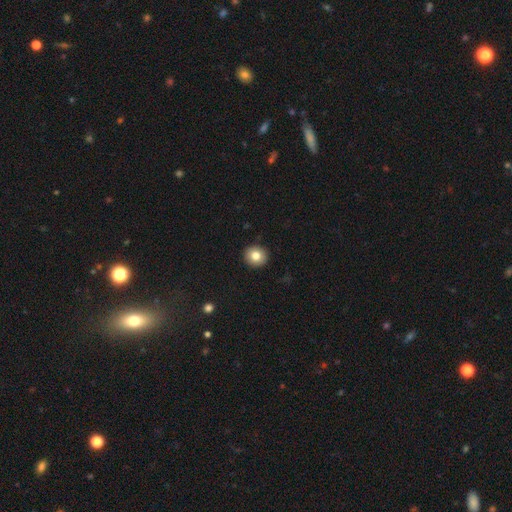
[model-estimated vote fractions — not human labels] A smooth galaxy with no disk features (81%) that is round (89%).

Vote fractions:
- Smooth or featured? smooth: 81% / featured or disk: 9% / star or artifact: 9%
- How rounded? round: 89% / in between: 10% / cigar-shaped: 1%
- Merging? none: 92% / minor disturbance: 5% / major disturbance: 2% / merger: 1%